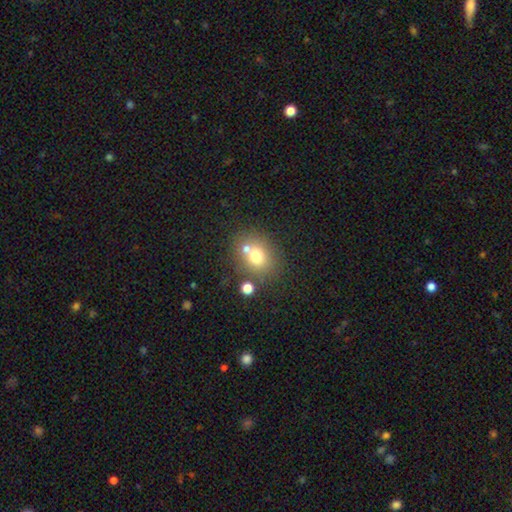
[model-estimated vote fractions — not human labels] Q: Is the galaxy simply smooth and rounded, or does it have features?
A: smooth — 70%.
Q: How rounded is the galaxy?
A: round — 63%.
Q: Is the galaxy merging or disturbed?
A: none — 60%.